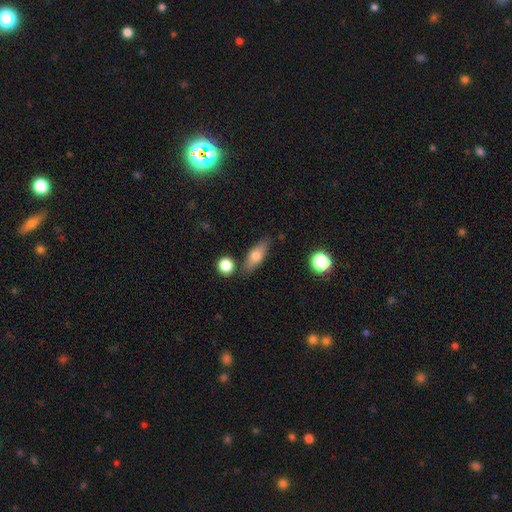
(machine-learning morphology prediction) A smooth galaxy with no disk features (67%) that is in between round and cigar-shaped (64%). Merging: none (76%).